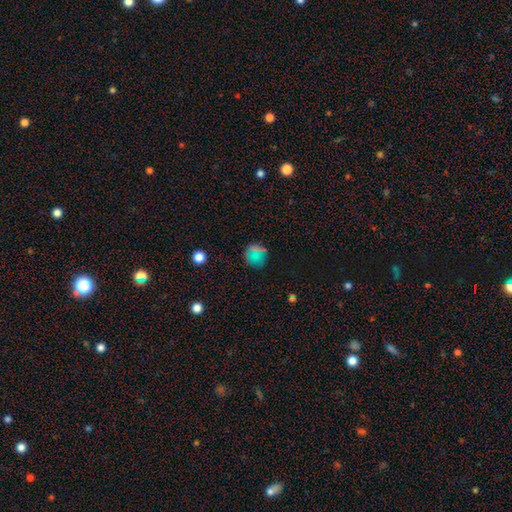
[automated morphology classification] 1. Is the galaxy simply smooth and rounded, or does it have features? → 64% smooth, 28% star or artifact, 8% featured or disk.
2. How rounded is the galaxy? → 92% round, 7% in between, 1% cigar-shaped.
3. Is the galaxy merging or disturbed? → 83% none, 10% minor disturbance, 4% major disturbance, 2% merger.